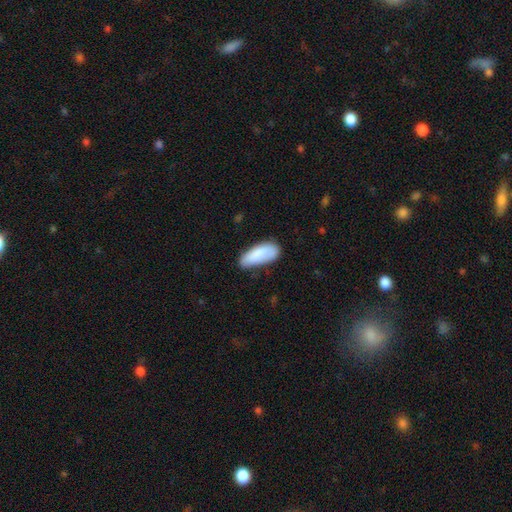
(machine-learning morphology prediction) smooth-or-featured: smooth: 84% | featured or disk: 10% | star or artifact: 6%
  how-rounded: in between: 79% | cigar-shaped: 20% | round: 2%
  merging: none: 63% | minor disturbance: 28% | major disturbance: 6% | merger: 3%